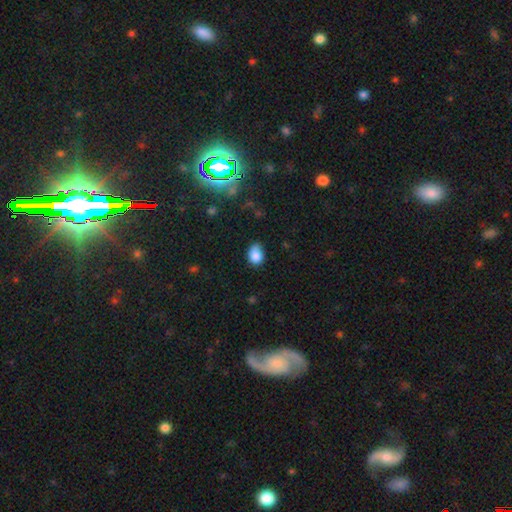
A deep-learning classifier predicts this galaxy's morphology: This is clearly a smooth galaxy (83%). How rounded: likely in between (64%). Merging: possibly none (55%).